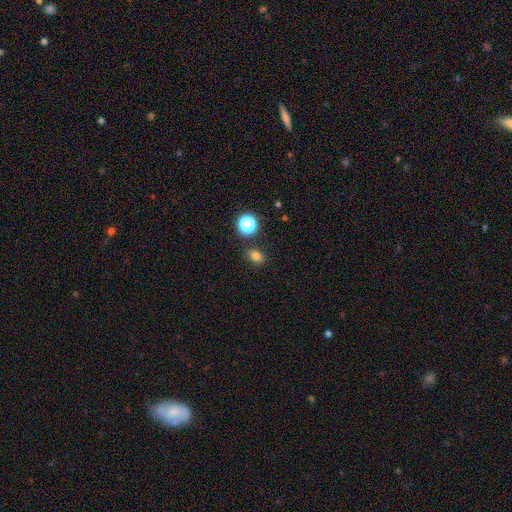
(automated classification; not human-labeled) A smooth galaxy with no disk features (79%) that is in between round and cigar-shaped (68%).

Vote fractions:
- Smooth or featured? smooth: 79% / star or artifact: 16% / featured or disk: 5%
- How rounded? in between: 68% / round: 30% / cigar-shaped: 2%
- Merging? none: 82% / minor disturbance: 10% / merger: 4% / major disturbance: 3%